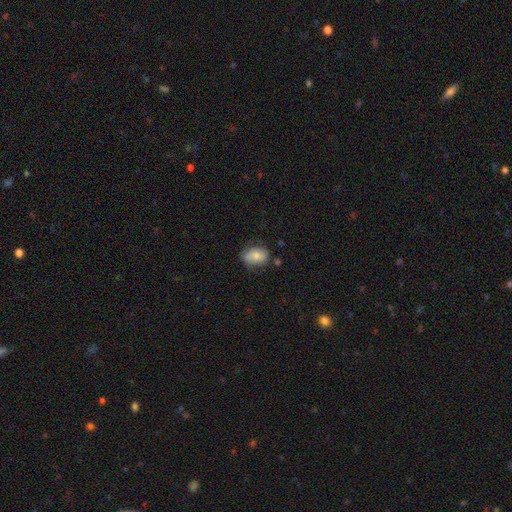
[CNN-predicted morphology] Smooth or featured: smooth — 73% (featured or disk — 19%)
How rounded: in between — 73% (round — 25%)
Merging: none — 68% (minor disturbance — 24%)